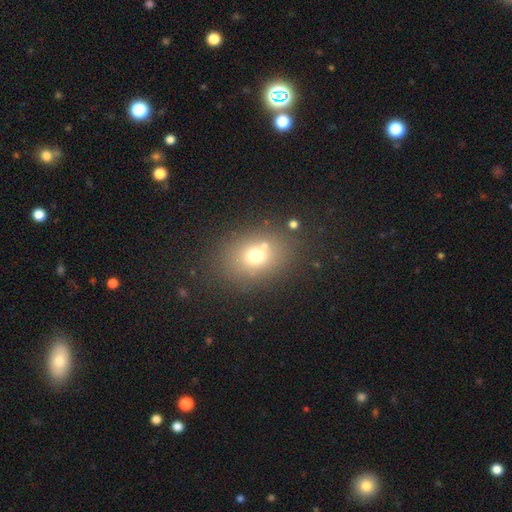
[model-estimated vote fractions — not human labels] Morphology: type=smooth (68%); roundness=in between (52%); merging=none (70%).